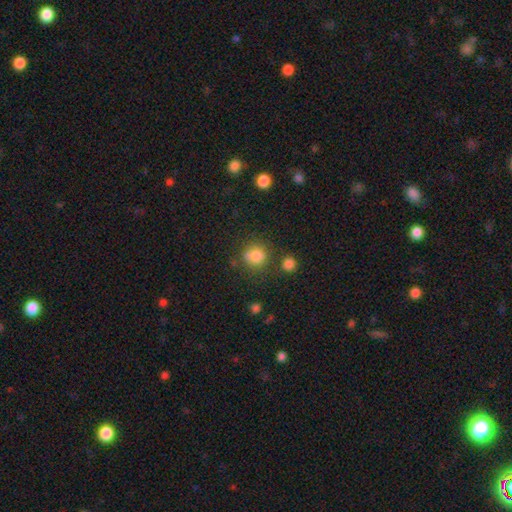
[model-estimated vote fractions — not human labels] Overall: smooth (80%). How rounded: round (85%). Merging: none (63%).